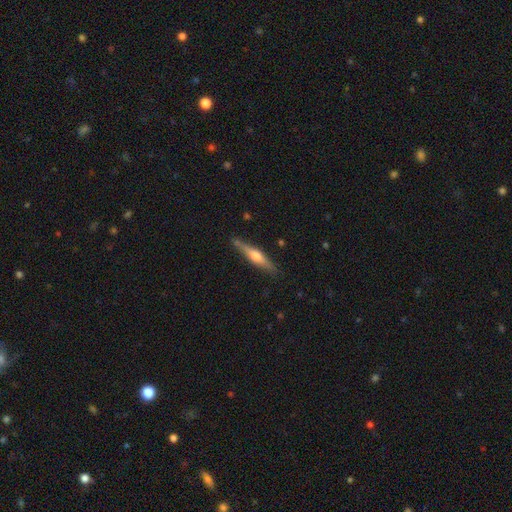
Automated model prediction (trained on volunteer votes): Q: Smooth or featured?
A: featured or disk (62%); runner-up: smooth (32%)
Q: Edge-on disk?
A: yes (97%); runner-up: no (3%)
Q: Edge-on bulge?
A: rounded (85%); runner-up: boxy (10%)
Q: Merging?
A: none (85%); runner-up: minor disturbance (11%)